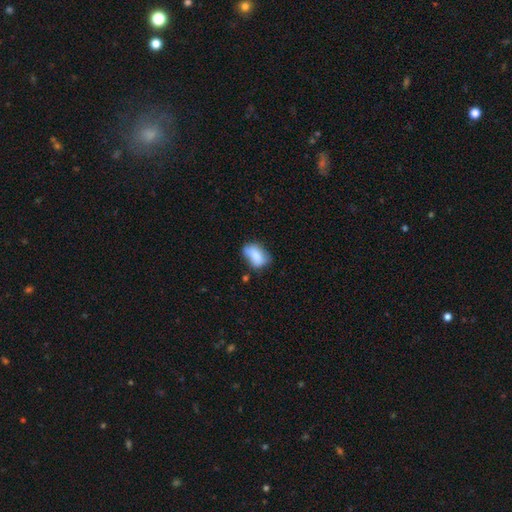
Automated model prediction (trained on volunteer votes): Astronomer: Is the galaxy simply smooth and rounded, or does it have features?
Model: smooth — 76%.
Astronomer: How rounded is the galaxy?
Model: in between — 84%.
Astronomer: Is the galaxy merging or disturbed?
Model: none — 48% (runner-up: minor disturbance, 34%).